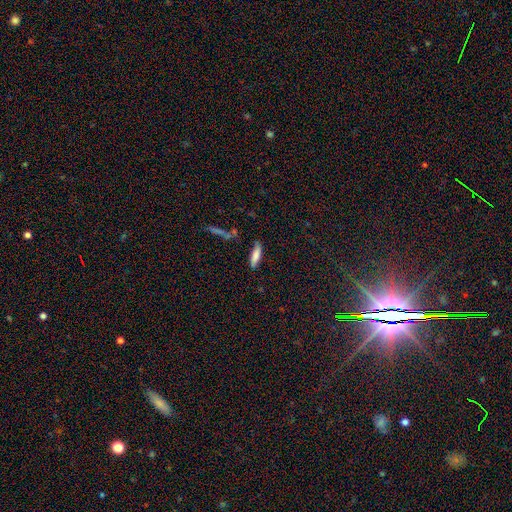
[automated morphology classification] smooth-or-featured: smooth: 80% | featured or disk: 12% | star or artifact: 7%
  how-rounded: cigar-shaped: 56% | in between: 42% | round: 2%
  merging: none: 77% | minor disturbance: 16% | merger: 4% | major disturbance: 4%